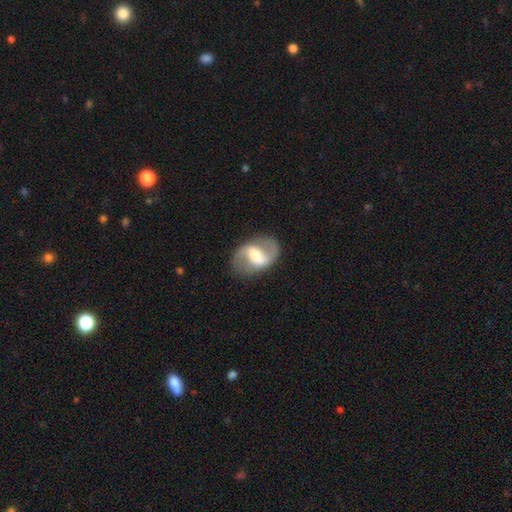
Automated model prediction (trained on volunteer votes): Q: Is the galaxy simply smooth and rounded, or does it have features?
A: featured or disk — 79%.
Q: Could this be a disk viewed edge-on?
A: no — 97%.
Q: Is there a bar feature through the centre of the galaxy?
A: strong — 46%.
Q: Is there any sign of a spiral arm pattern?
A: yes — 87%.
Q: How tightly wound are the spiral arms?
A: loose — 49%.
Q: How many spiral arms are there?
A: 2 — 92%.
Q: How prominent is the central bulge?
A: moderate — 44%.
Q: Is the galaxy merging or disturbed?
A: none — 80%.